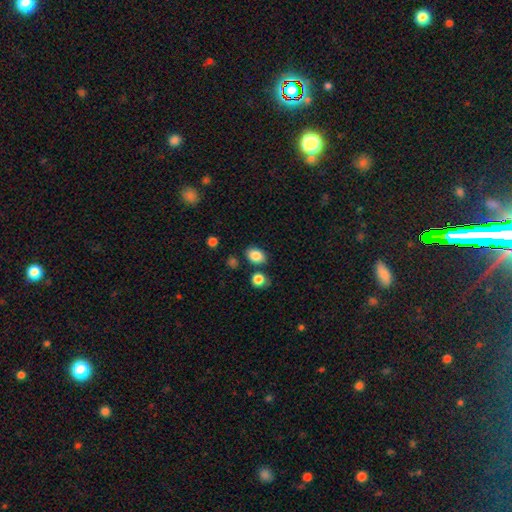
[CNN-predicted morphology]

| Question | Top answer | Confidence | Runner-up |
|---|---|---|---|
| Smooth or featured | smooth | 85% | star or artifact (9%) |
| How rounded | in between | 72% | round (27%) |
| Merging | none | 79% | minor disturbance (12%) |